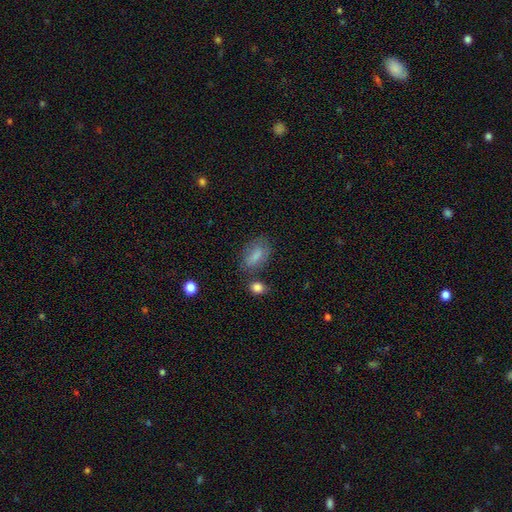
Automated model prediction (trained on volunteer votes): Smooth or featured?
  - smooth: 77% *
  - featured or disk: 14%
  - star or artifact: 9%
How rounded?
  - in between: 87% *
  - round: 9%
  - cigar-shaped: 4%
Merging?
  - none: 59% *
  - minor disturbance: 24%
  - major disturbance: 10%
  - merger: 8%